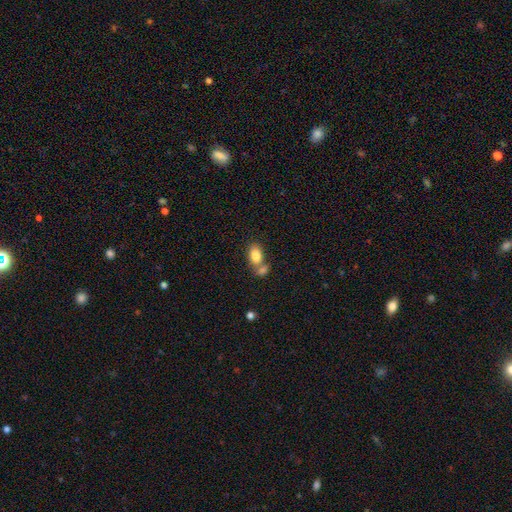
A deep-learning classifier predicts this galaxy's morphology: Smooth or featured: smooth — 82% (featured or disk — 10%)
How rounded: in between — 86% (round — 12%)
Merging: none — 43% (merger — 42%)